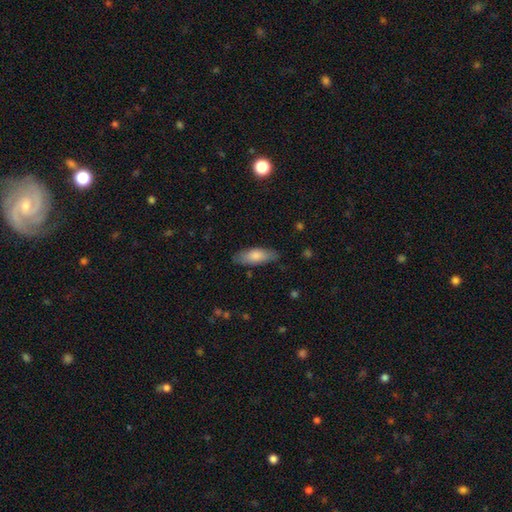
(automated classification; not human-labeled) This appears to be a smooth galaxy with no disk features (79%) that is in between round and cigar-shaped (68%). Merging: none (80%).